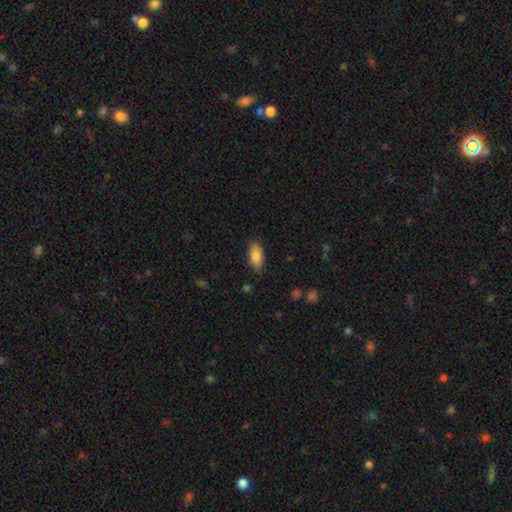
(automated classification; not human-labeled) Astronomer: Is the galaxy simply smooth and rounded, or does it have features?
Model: smooth — 83%.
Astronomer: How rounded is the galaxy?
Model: in between — 88%.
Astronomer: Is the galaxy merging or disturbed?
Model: none — 85%.